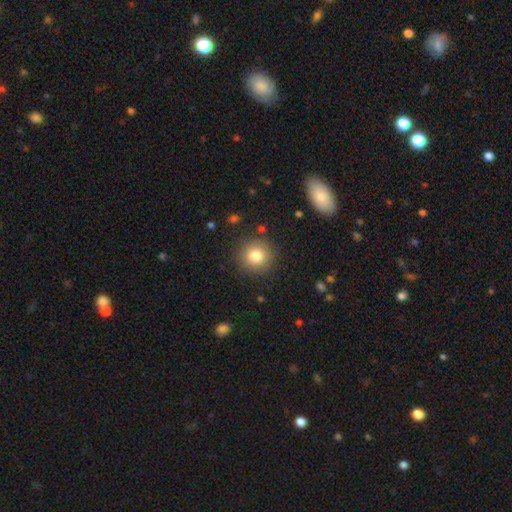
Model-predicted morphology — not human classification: Overall: smooth (81%). How rounded: round (94%). Merging: none (89%).